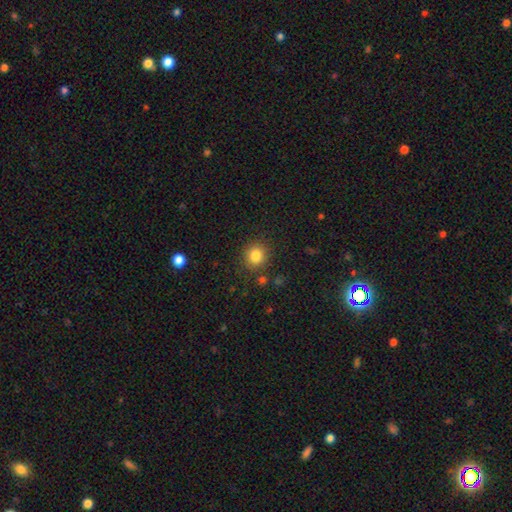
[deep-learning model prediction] smooth 83%, star or artifact 11%, featured or disk 5%. Down the decision tree: how rounded — round (87%); merging — none (85%).